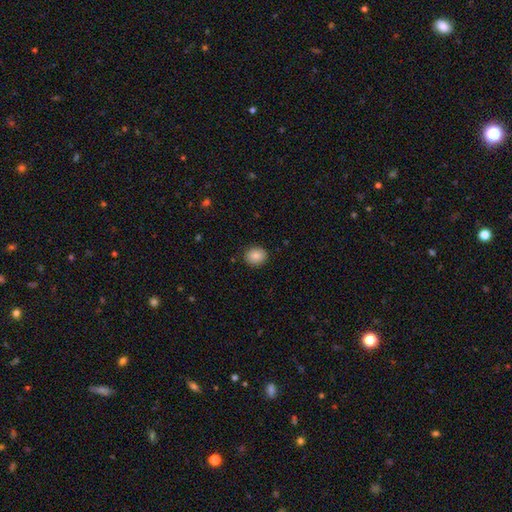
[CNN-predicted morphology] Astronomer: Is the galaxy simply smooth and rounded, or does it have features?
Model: smooth — 86%.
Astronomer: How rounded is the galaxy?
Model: round — 73%.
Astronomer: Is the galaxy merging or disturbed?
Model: none — 89%.